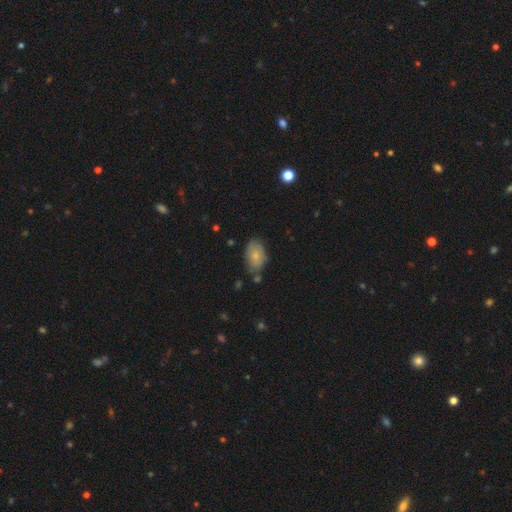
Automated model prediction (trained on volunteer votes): Smooth or featured: smooth — 77% (featured or disk — 16%)
How rounded: in between — 90% (round — 9%)
Merging: none — 71% (minor disturbance — 20%)